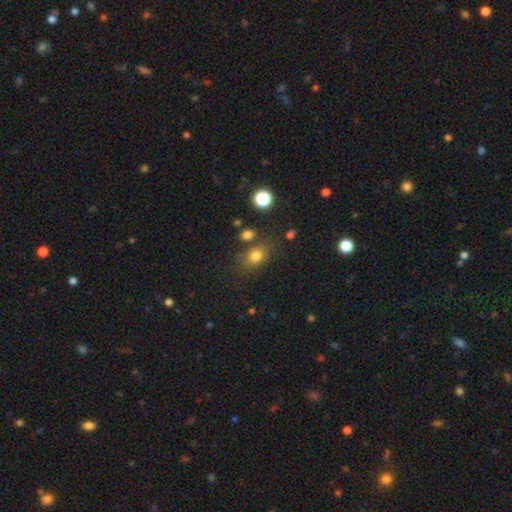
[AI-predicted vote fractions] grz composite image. It shows a smooth galaxy with no disk features (77%) that is in between round and cigar-shaped (60%). Merging: none (67%).